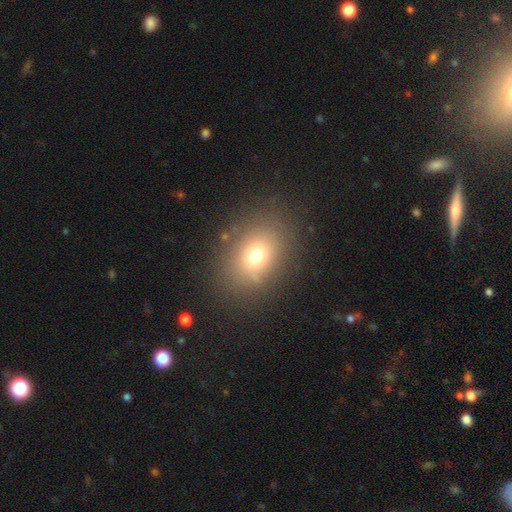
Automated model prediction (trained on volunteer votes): Overall: smooth (70%). How rounded: in between (58%; round 41%). Merging: none (82%).